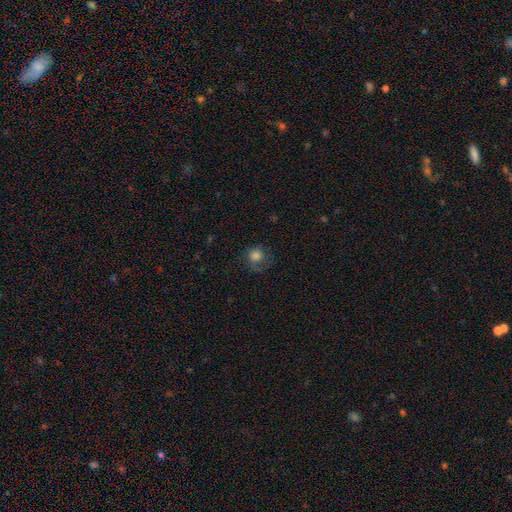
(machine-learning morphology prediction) smooth-or-featured: smooth: 73% | featured or disk: 15% | star or artifact: 11%
  how-rounded: round: 82% | in between: 17% | cigar-shaped: 1%
  merging: none: 53% | major disturbance: 23% | minor disturbance: 23% | merger: 2%